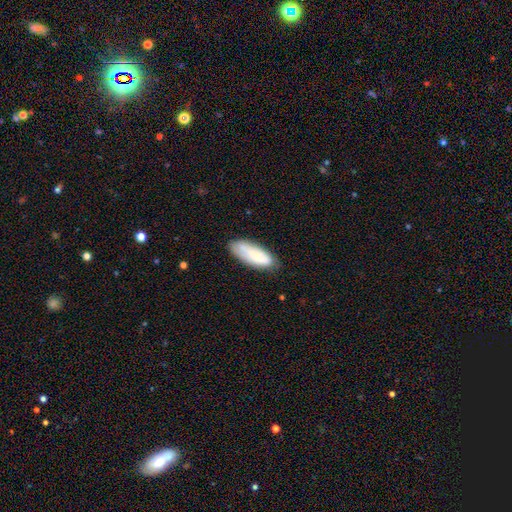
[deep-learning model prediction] Q: Smooth or featured?
A: smooth (75%); runner-up: featured or disk (18%)
Q: How rounded?
A: in between (72%); runner-up: cigar-shaped (27%)
Q: Merging?
A: none (70%); runner-up: minor disturbance (22%)